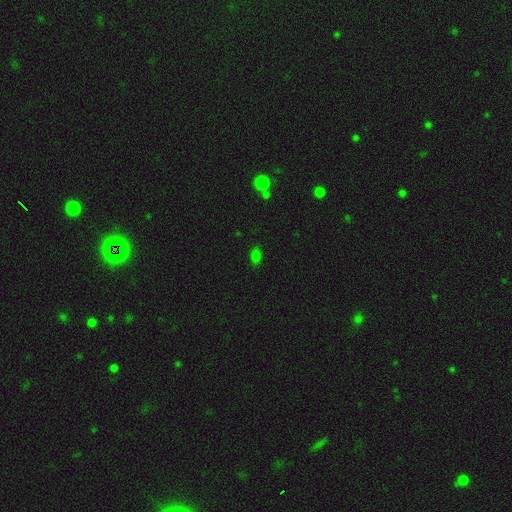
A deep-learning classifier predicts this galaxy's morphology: smooth_or_featured: smooth (p=0.74) [alt: star or artifact p=0.21]
how_rounded: in between (p=0.79) [alt: round p=0.19]
merging: none (p=0.83) [alt: minor disturbance p=0.12]